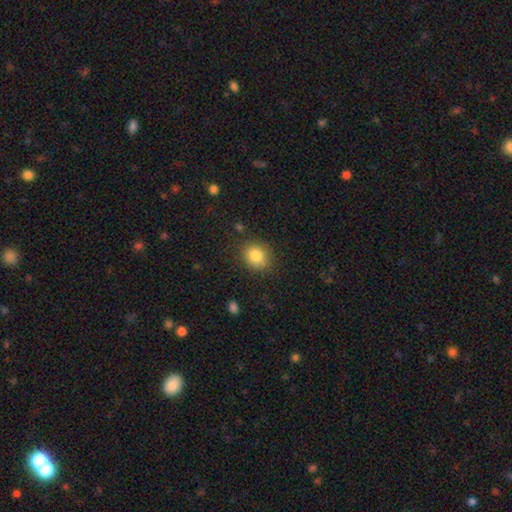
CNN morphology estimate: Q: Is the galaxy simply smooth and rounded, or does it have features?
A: smooth — 84%.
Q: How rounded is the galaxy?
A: round — 71%.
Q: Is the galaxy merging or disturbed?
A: none — 82%.